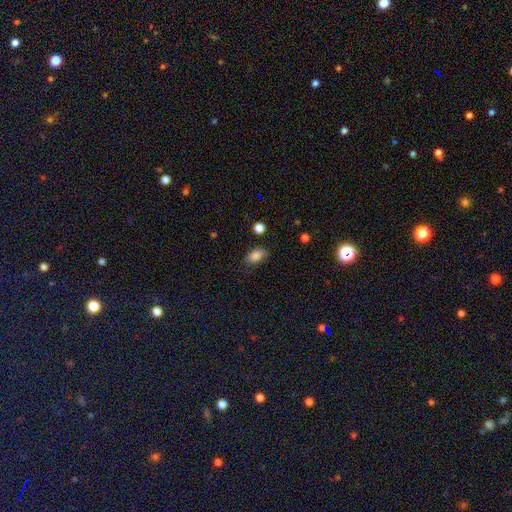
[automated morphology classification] Smooth or featured?
  - smooth: 85% *
  - star or artifact: 9%
  - featured or disk: 7%
How rounded?
  - in between: 89% *
  - round: 7%
  - cigar-shaped: 3%
Merging?
  - none: 71% *
  - minor disturbance: 22%
  - major disturbance: 5%
  - merger: 2%